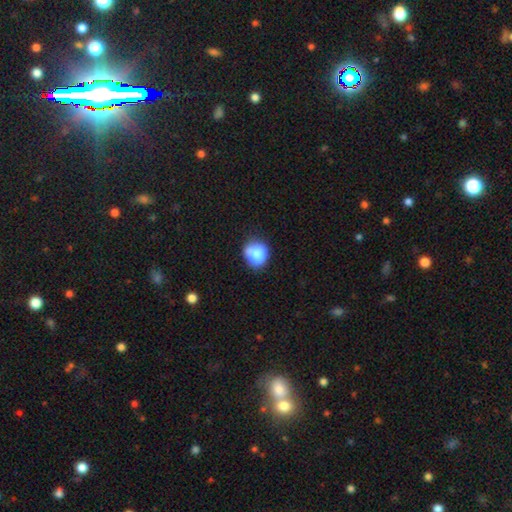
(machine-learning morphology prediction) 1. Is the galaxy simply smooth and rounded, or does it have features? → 80% smooth, 11% star or artifact, 8% featured or disk.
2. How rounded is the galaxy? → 75% round, 24% in between, 1% cigar-shaped.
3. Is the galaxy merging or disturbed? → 65% none, 23% minor disturbance, 6% major disturbance, 6% merger.